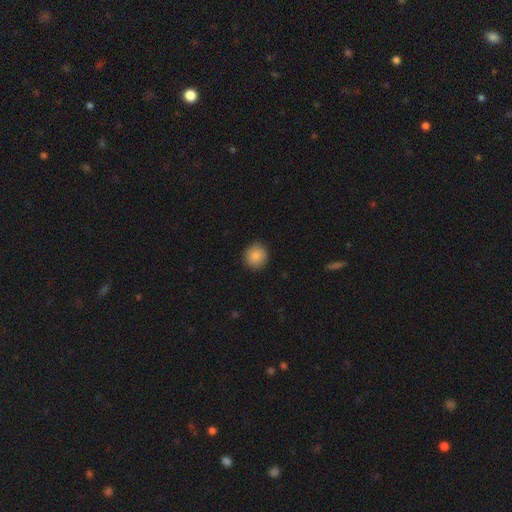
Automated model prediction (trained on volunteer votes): Smooth or featured? Predicted: smooth (p=0.85). How rounded? Predicted: round (p=0.90). Merging? Predicted: none (p=0.88).